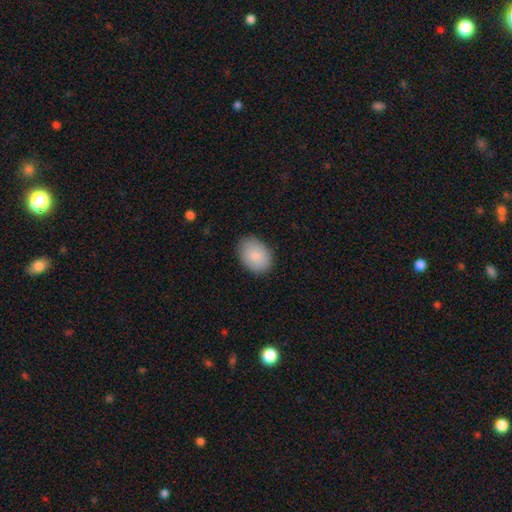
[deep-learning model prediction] Smooth or featured: smooth — 88% (featured or disk — 6%)
How rounded: in between — 78% (round — 21%)
Merging: none — 85% (minor disturbance — 12%)